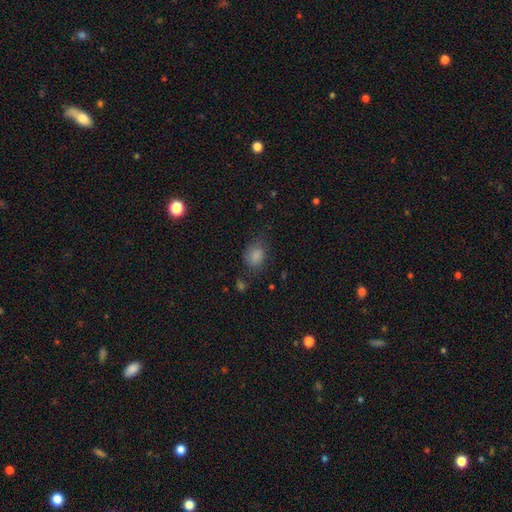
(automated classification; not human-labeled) A smooth galaxy with no disk features (82%) that is in between round and cigar-shaped (55%). Merging: none (59%).